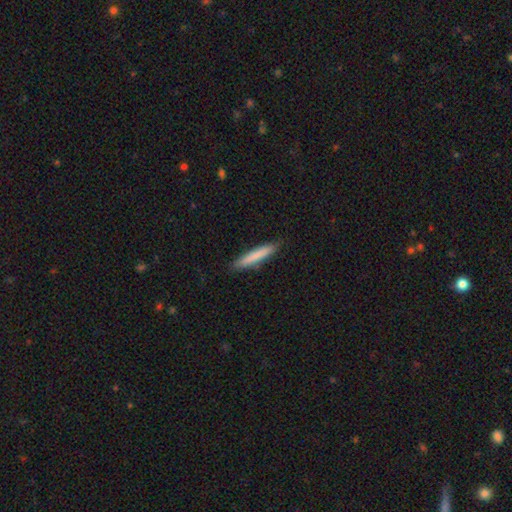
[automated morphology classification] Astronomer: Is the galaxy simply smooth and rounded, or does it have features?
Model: smooth — 79%.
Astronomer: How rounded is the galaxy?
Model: cigar-shaped — 94%.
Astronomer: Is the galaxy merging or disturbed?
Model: none — 89%.